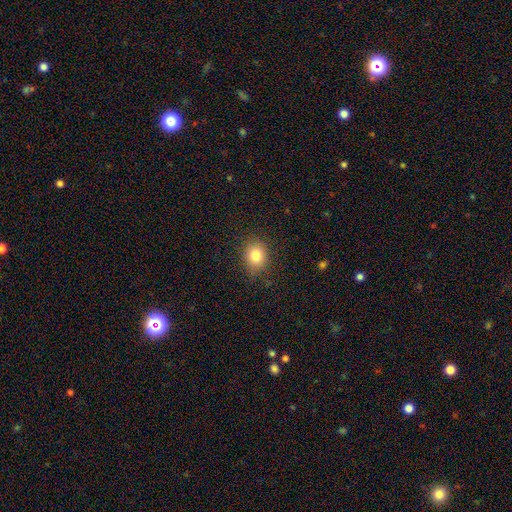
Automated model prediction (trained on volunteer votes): Smooth or featured: smooth — 82% (star or artifact — 11%)
How rounded: round — 58% (in between — 41%)
Merging: none — 83% (minor disturbance — 12%)